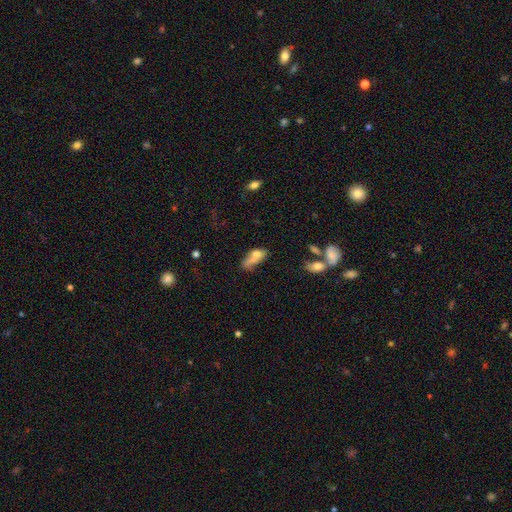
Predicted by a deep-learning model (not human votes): Smooth or featured?
  - smooth: 68% *
  - featured or disk: 22%
  - star or artifact: 11%
How rounded?
  - in between: 75% *
  - cigar-shaped: 18%
  - round: 7%
Merging?
  - merger: 28% *
  - none: 25%
  - major disturbance: 24%
  - minor disturbance: 23%